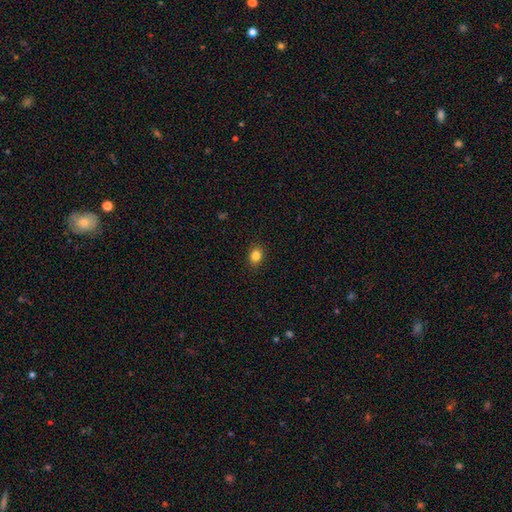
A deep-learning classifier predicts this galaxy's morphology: This is clearly a smooth galaxy (85%). How rounded: possibly in between (54%). Merging: clearly none (89%).